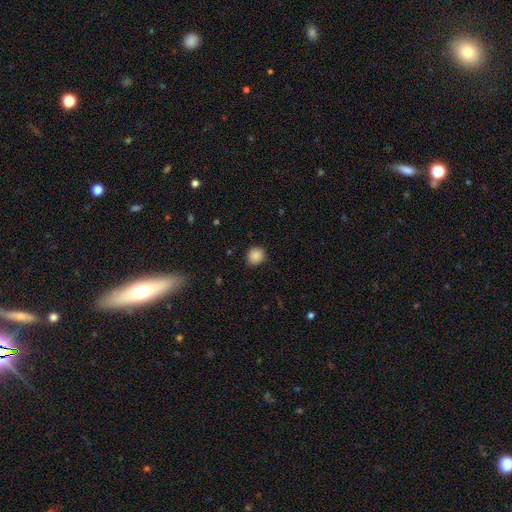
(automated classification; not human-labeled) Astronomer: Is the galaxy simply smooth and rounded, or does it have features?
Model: smooth — 87%.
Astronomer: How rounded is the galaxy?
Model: round — 85%.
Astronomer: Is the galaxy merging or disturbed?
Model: none — 88%.